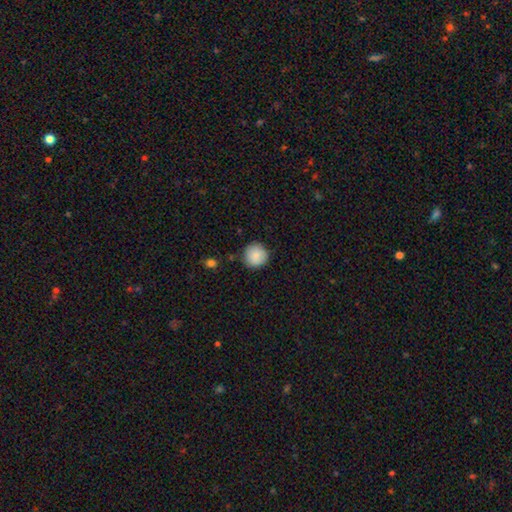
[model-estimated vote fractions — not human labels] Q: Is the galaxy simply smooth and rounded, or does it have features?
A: smooth — 86%.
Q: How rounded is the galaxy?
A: round — 94%.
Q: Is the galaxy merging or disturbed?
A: none — 85%.